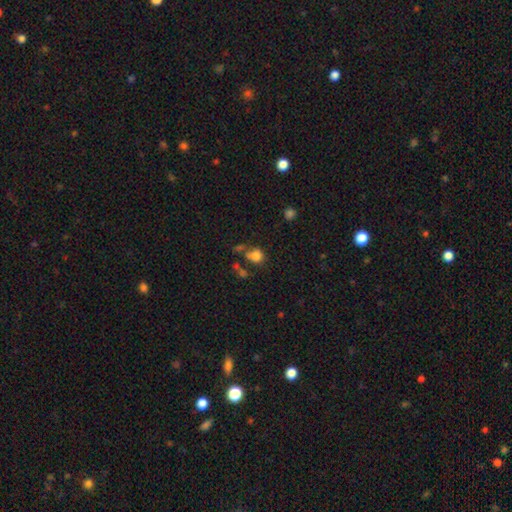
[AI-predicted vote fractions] A smooth galaxy with no disk features (79%) that is round (72%).

Vote fractions:
- Smooth or featured? smooth: 79% / star or artifact: 14% / featured or disk: 8%
- How rounded? round: 72% / in between: 27% / cigar-shaped: 1%
- Merging? none: 49% / merger: 24% / minor disturbance: 16% / major disturbance: 11%